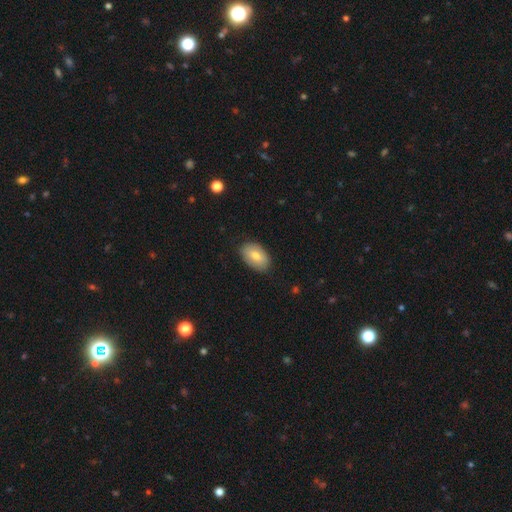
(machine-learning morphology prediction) smooth_or_featured: smooth (p=0.75) [alt: featured or disk p=0.18]
how_rounded: in between (p=0.92) [alt: round p=0.07]
merging: none (p=0.83) [alt: minor disturbance p=0.13]